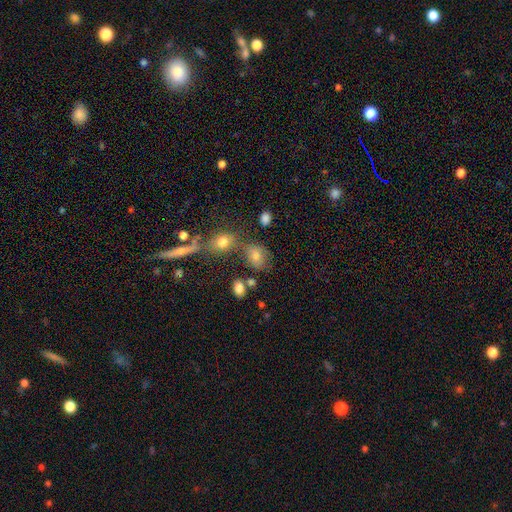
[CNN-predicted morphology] Smooth or featured? Predicted: smooth (p=0.74). How rounded? Predicted: in between (p=0.54). Merging? Predicted: none (p=0.59).